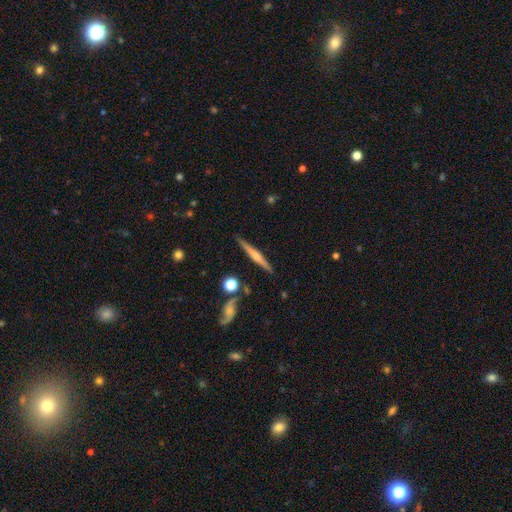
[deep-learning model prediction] This is possibly a featured or disk galaxy (60%). It is clearly viewed edge-on (97%). Edge-on bulge: likely rounded (64%). Merging: clearly none (87%).